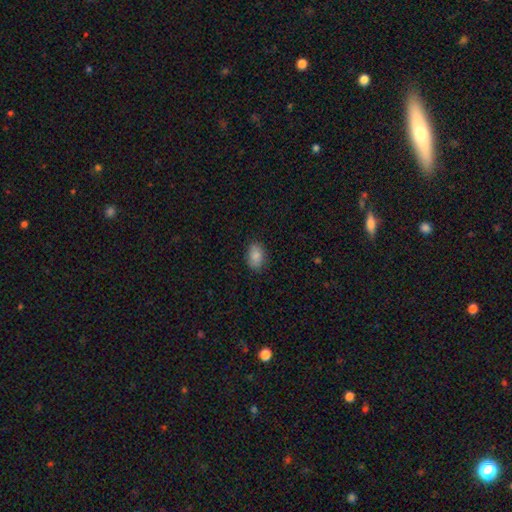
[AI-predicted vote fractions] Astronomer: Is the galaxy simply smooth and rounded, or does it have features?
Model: smooth — 87%.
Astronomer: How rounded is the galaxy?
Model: in between — 85%.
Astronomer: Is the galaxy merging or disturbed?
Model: none — 85%.